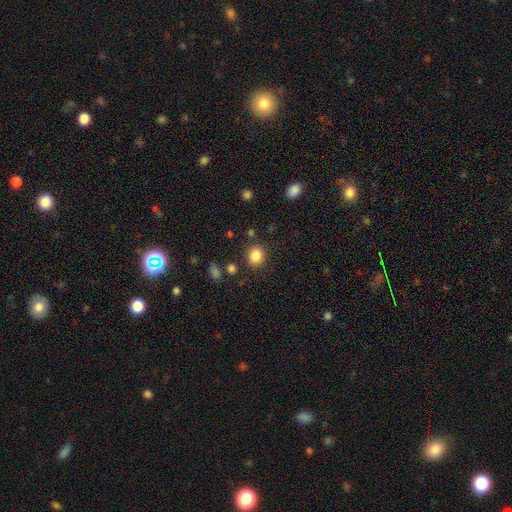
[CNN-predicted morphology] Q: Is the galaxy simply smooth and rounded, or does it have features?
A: smooth — 86%.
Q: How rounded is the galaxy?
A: round — 69%.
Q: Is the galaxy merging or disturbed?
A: none — 83%.